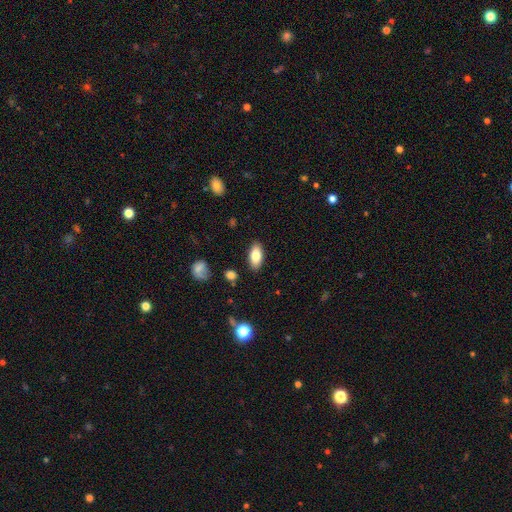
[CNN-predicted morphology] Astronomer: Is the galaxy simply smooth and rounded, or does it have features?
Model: smooth — 81%.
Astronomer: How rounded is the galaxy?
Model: in between — 89%.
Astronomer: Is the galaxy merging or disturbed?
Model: none — 88%.